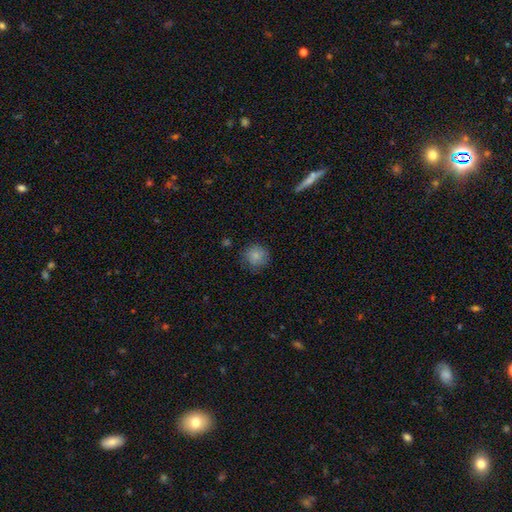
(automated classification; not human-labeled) Smooth or featured? smooth (84%)
How rounded? round (92%)
Merging? none (80%)